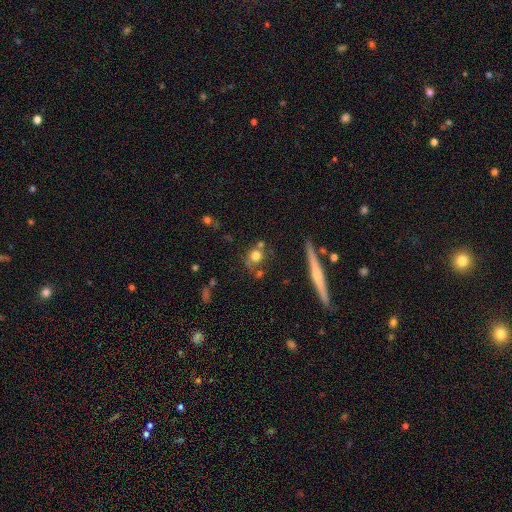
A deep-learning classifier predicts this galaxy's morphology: This appears to be a smooth galaxy with no disk features (70%) that is round (76%). Merging: none (60%).